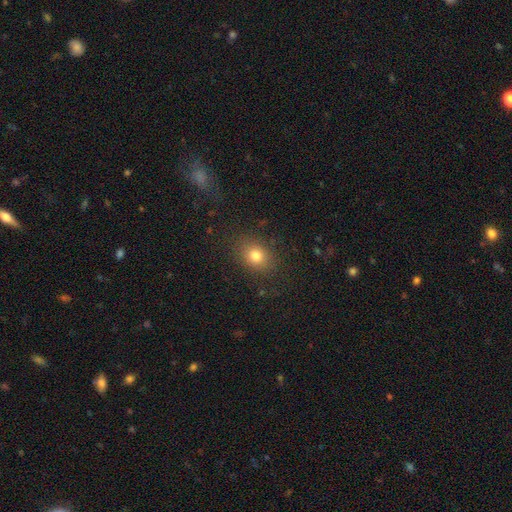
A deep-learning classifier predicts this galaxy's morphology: Q: Smooth or featured?
A: smooth (79%); runner-up: star or artifact (13%)
Q: How rounded?
A: in between (50%); runner-up: round (49%)
Q: Merging?
A: none (85%); runner-up: minor disturbance (10%)